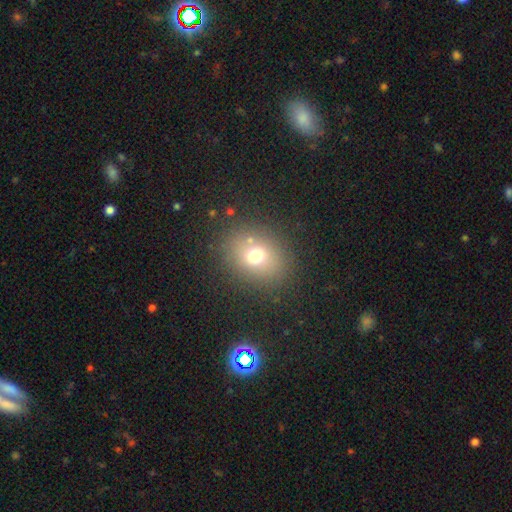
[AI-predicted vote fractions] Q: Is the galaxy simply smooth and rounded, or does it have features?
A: smooth — 69%.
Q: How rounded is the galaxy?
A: round — 58%.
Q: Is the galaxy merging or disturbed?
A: none — 82%.